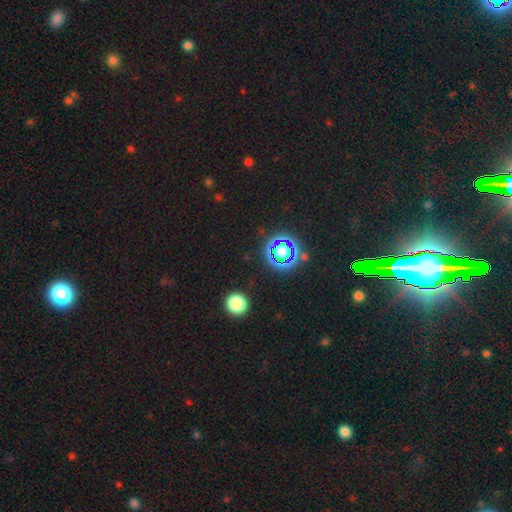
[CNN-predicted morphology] Smooth or featured? star or artifact (79%)